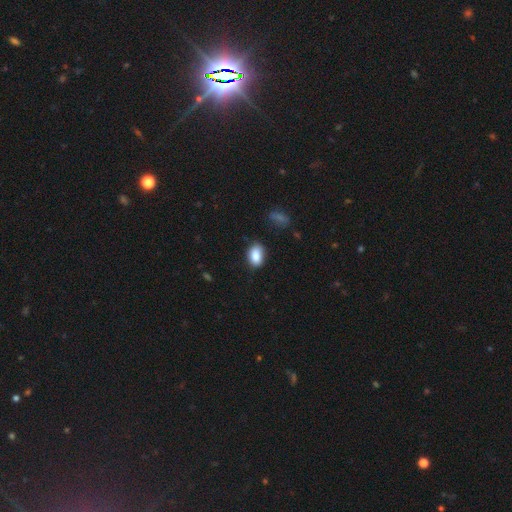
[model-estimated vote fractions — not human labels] Q: Smooth or featured?
A: smooth (87%); runner-up: star or artifact (8%)
Q: How rounded?
A: in between (86%); runner-up: round (12%)
Q: Merging?
A: none (78%); runner-up: minor disturbance (17%)